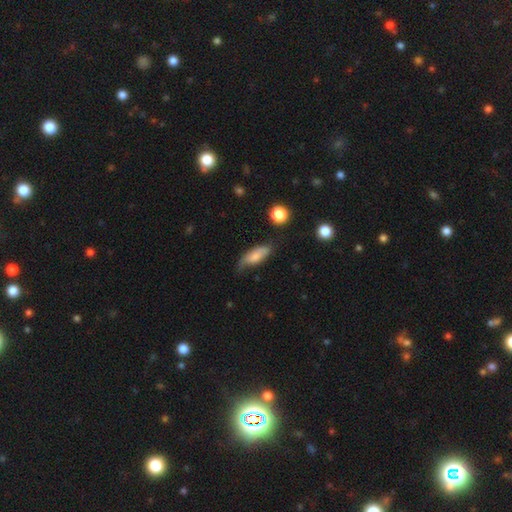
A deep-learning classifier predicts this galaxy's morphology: Q: Smooth or featured?
A: smooth (70%); runner-up: featured or disk (23%)
Q: How rounded?
A: in between (71%); runner-up: cigar-shaped (26%)
Q: Merging?
A: none (49%); runner-up: minor disturbance (36%)